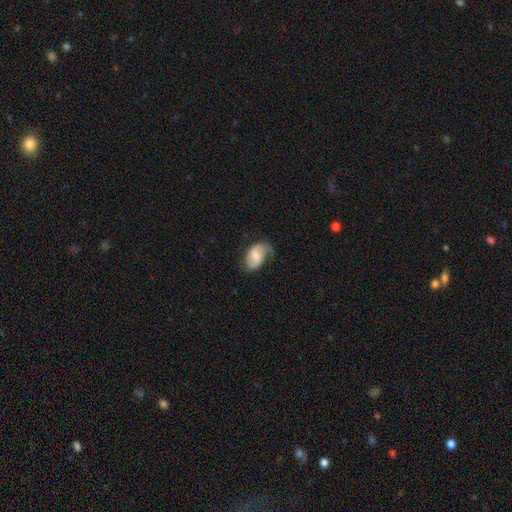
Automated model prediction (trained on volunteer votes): Smooth or featured? Predicted: featured or disk (p=0.50). Edge-on disk? Predicted: no (p=0.97). Merging? Predicted: none (p=0.49).